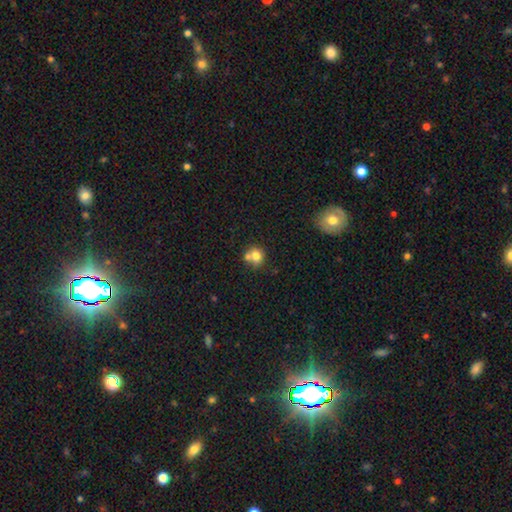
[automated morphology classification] smooth 76%, featured or disk 13%, star or artifact 11%. Down the decision tree: how rounded — round (80%); merging — none (45%).